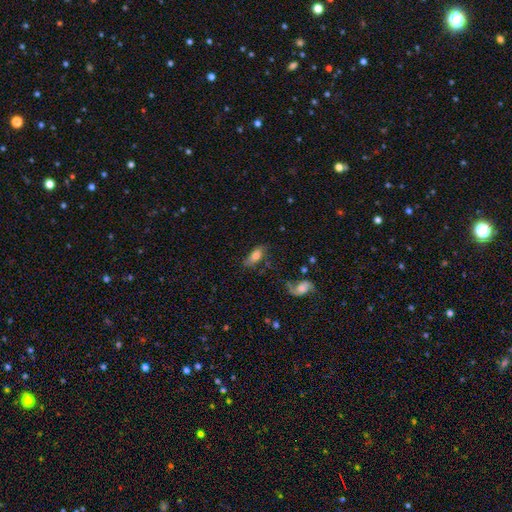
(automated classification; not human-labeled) smooth_or_featured: smooth (p=0.68) [alt: featured or disk p=0.24]
how_rounded: in between (p=0.82) [alt: cigar-shaped p=0.14]
merging: none (p=0.62) [alt: minor disturbance p=0.23]